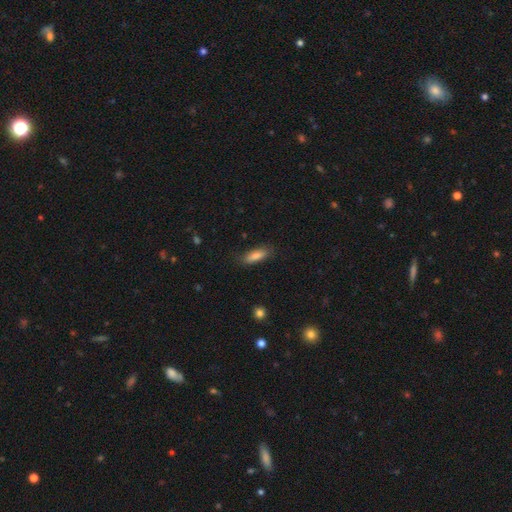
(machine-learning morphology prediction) Smooth or featured: smooth — 81% (featured or disk — 11%)
How rounded: in between — 54% (cigar-shaped — 44%)
Merging: none — 82% (minor disturbance — 14%)